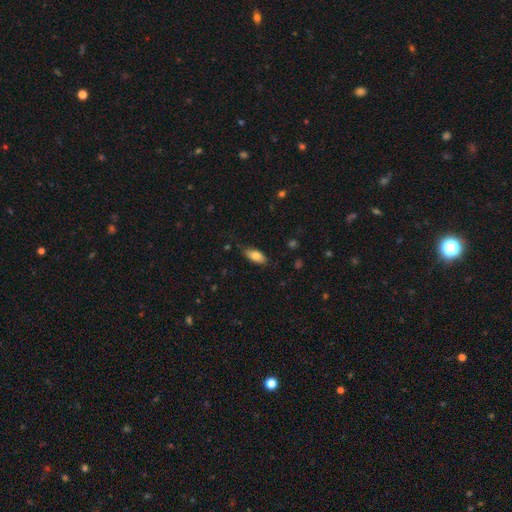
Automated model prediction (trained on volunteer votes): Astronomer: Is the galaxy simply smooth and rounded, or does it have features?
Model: smooth — 79%.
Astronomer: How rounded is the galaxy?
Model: in between — 86%.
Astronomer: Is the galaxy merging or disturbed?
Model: none — 80%.